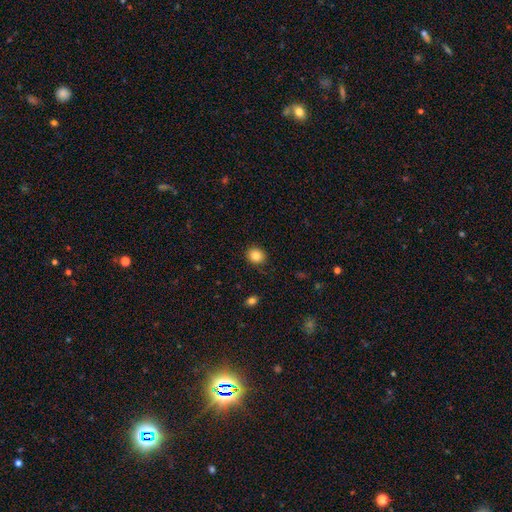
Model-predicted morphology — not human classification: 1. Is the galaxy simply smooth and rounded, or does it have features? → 84% smooth, 10% star or artifact, 6% featured or disk.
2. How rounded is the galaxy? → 78% round, 21% in between, 1% cigar-shaped.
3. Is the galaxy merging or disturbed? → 87% none, 10% minor disturbance, 2% major disturbance, 1% merger.